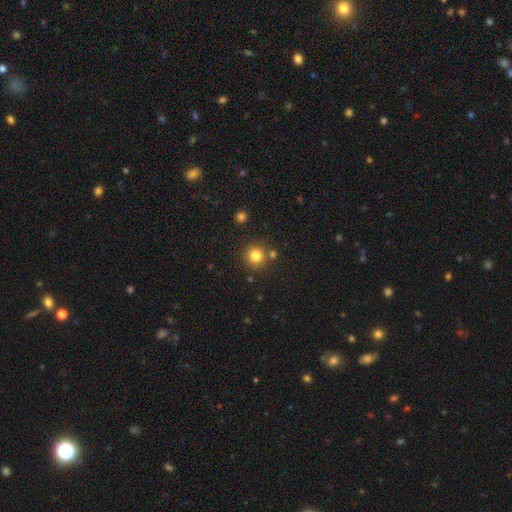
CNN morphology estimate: Smooth or featured?
  - smooth: 81% *
  - star or artifact: 13%
  - featured or disk: 6%
How rounded?
  - round: 94% *
  - in between: 5%
  - cigar-shaped: 1%
Merging?
  - none: 82% *
  - merger: 8%
  - minor disturbance: 7%
  - major disturbance: 3%